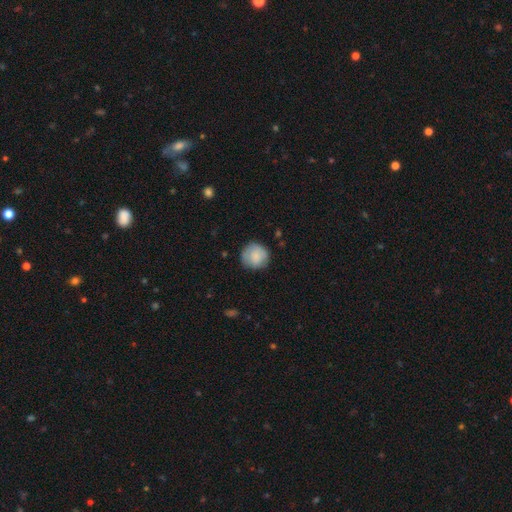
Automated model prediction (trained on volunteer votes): Smooth or featured?
  - smooth: 83% *
  - featured or disk: 10%
  - star or artifact: 7%
How rounded?
  - round: 92% *
  - in between: 7%
  - cigar-shaped: 1%
Merging?
  - none: 80% *
  - minor disturbance: 15%
  - major disturbance: 4%
  - merger: 1%